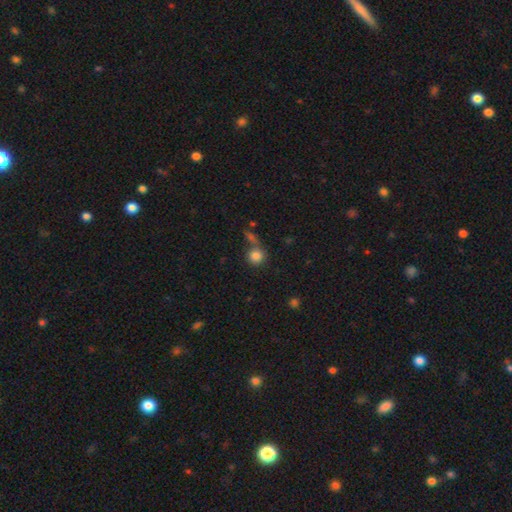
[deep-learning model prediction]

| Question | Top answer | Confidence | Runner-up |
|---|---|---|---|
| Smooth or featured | smooth | 84% | star or artifact (10%) |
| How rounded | round | 89% | in between (9%) |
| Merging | none | 60% | merger (23%) |